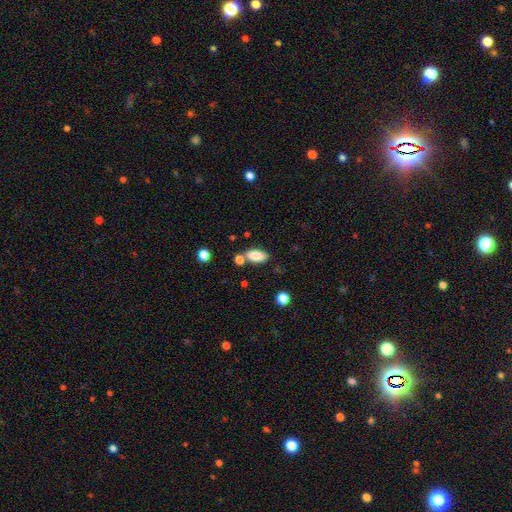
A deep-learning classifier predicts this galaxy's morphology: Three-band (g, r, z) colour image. It shows a smooth galaxy with no disk features (84%) that is in between round and cigar-shaped (89%). Merging: none (70%).